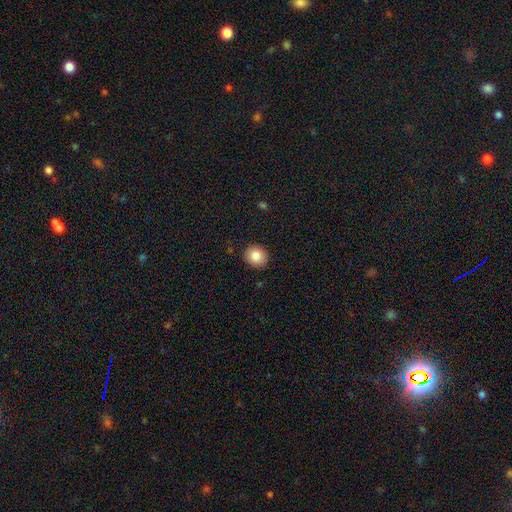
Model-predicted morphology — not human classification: Smooth or featured? Predicted: smooth (p=0.84). How rounded? Predicted: round (p=0.81). Merging? Predicted: none (p=0.90).